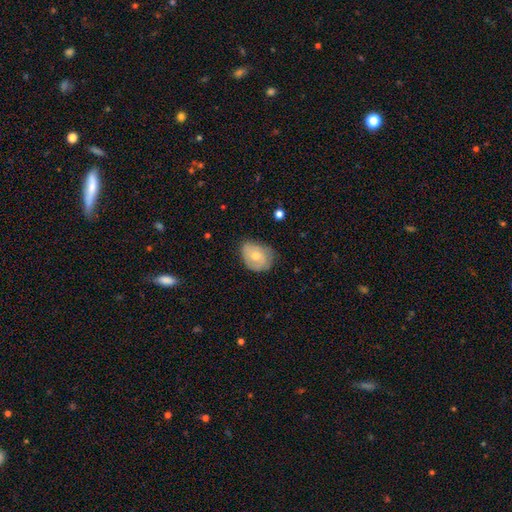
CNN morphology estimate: Smooth or featured: smooth — 62% (featured or disk — 31%)
How rounded: in between — 64% (round — 35%)
Merging: none — 58% (minor disturbance — 32%)